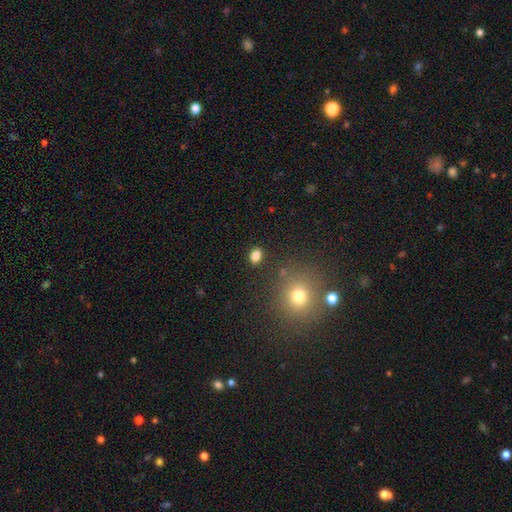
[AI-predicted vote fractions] Smooth or featured? Predicted: smooth (p=0.82). How rounded? Predicted: in between (p=0.66). Merging? Predicted: none (p=0.83).